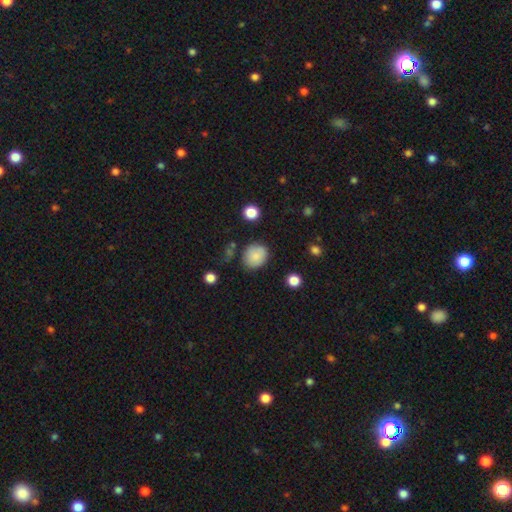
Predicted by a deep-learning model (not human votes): This appears to be a smooth galaxy with no disk features (83%) that is round (66%). Merging: none (74%).